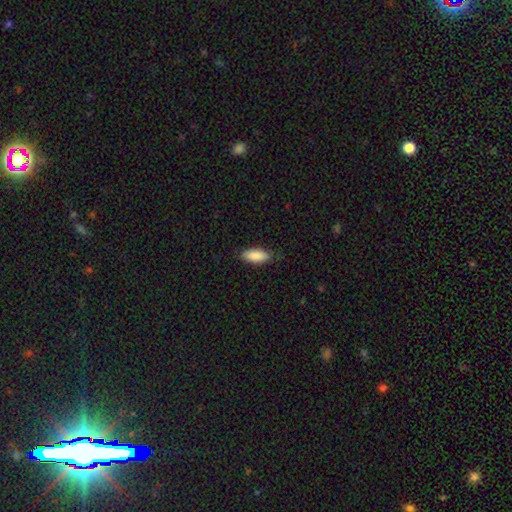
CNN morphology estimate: A smooth galaxy with no disk features (89%) that is in between round and cigar-shaped (81%). Merging: none (83%).